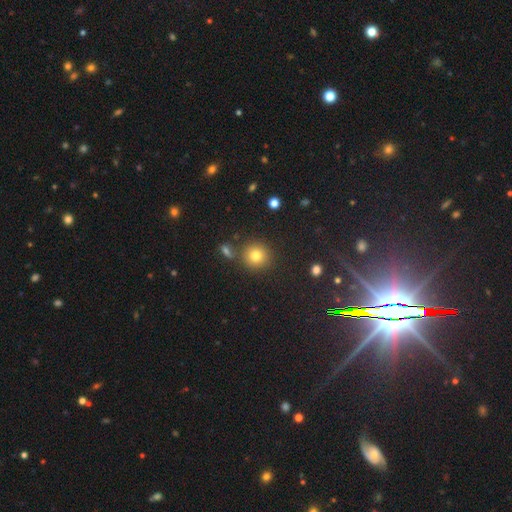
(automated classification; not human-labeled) The model was most divided on "smooth or featured": smooth: 79%, star or artifact: 13%, featured or disk: 8%. More confident: how rounded — round (92%); merging — none (81%).